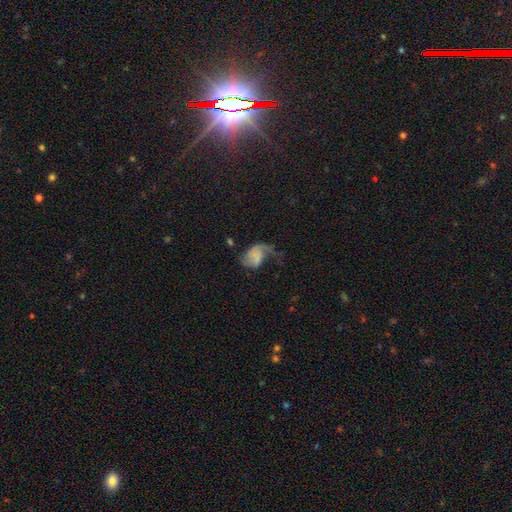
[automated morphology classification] A featured or disk galaxy (56%) with no bar (64%), spiral arms (82%) and no central bulge (66%).

Vote fractions:
- Smooth or featured? featured or disk: 56% / smooth: 34% / star or artifact: 10%
- Edge-on disk? no: 98% / yes: 2%
- Bar? no: 64% / weak: 28% / strong: 8%
- Spiral arms? yes: 82% / no: 18%
- Bulge size? none: 66% / small: 18% / moderate: 8% / large: 5% / dominant: 3%
- Merging? major disturbance: 45% / none: 27% / minor disturbance: 23% / merger: 5%